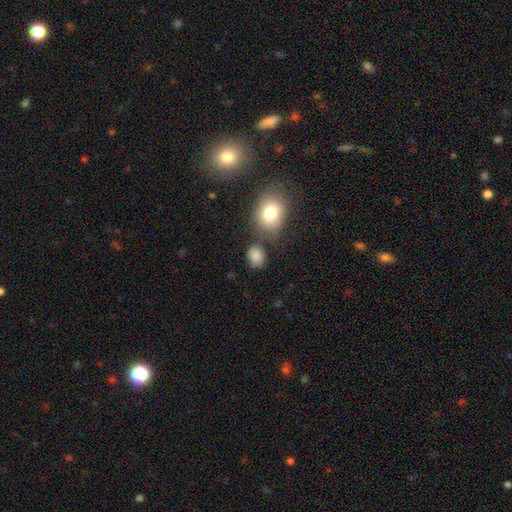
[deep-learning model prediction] A smooth galaxy with no disk features (85%) that is in between round and cigar-shaped (58%).

Vote fractions:
- Smooth or featured? smooth: 85% / star or artifact: 9% / featured or disk: 5%
- How rounded? in between: 58% / round: 41% / cigar-shaped: 1%
- Merging? none: 65% / minor disturbance: 16% / merger: 13% / major disturbance: 6%